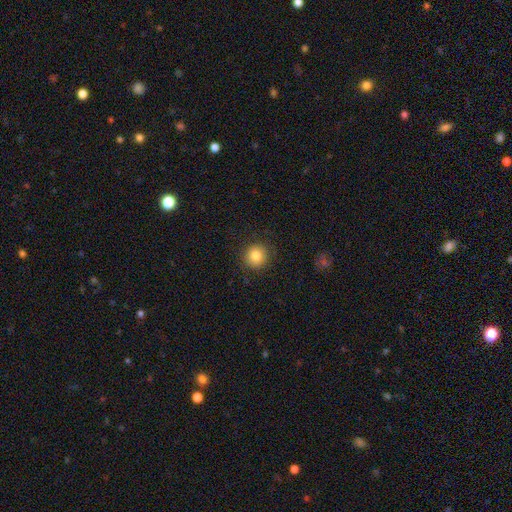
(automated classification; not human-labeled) smooth 83%, star or artifact 10%, featured or disk 6%. Down the decision tree: how rounded — round (92%); merging — none (89%).